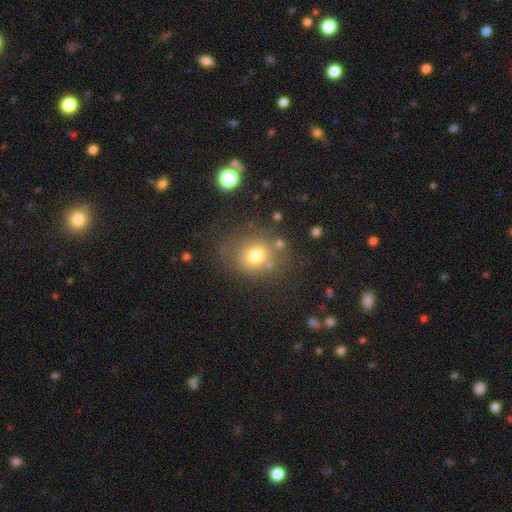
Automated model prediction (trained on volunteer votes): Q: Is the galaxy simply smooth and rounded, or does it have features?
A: smooth — 72%.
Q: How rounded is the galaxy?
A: round — 73%.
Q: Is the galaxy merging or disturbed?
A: none — 71%.